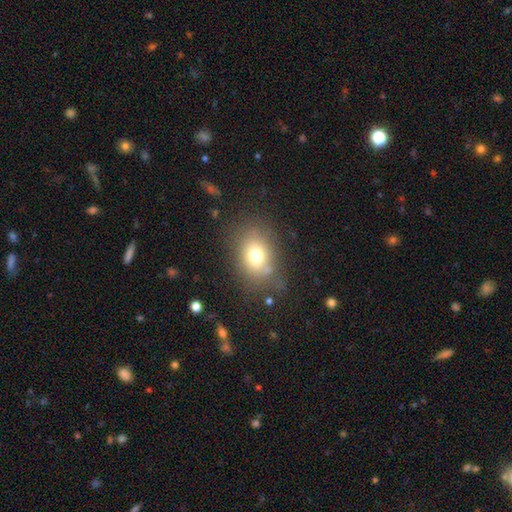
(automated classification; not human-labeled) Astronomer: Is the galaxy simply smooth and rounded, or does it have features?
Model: smooth — 72%.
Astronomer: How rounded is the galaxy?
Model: in between — 61% (runner-up: round, 38%).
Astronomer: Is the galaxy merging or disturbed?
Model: none — 68%.